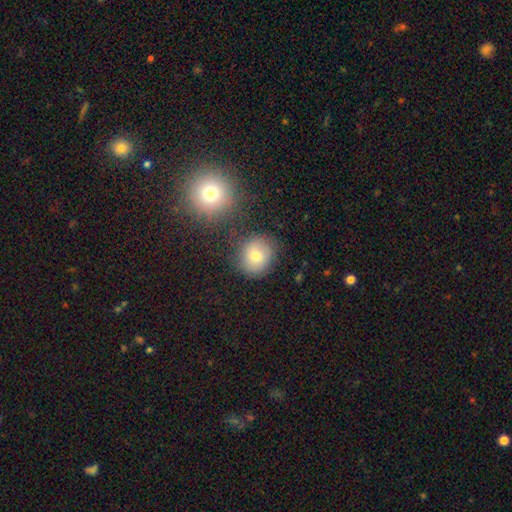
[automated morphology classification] smooth-or-featured: smooth: 76% | featured or disk: 12% | star or artifact: 12%
  how-rounded: round: 85% | in between: 14% | cigar-shaped: 1%
  merging: none: 78% | minor disturbance: 12% | merger: 6% | major disturbance: 4%